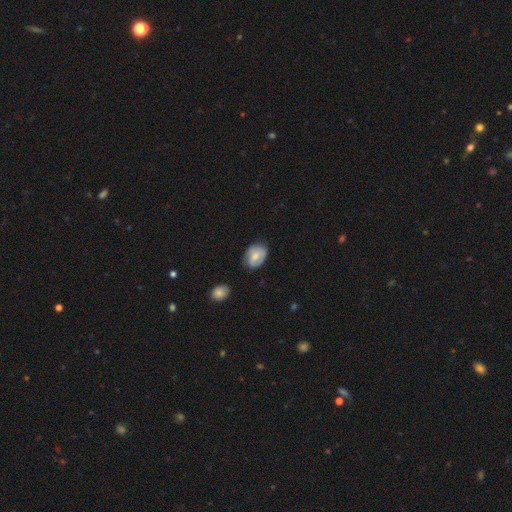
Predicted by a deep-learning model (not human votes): Smooth or featured: smooth — 56% (featured or disk — 37%)
How rounded: in between — 73% (round — 26%)
Merging: none — 69% (minor disturbance — 23%)